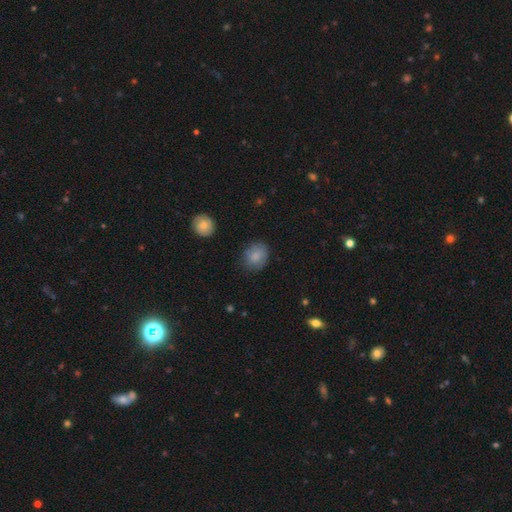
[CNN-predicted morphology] Overall: smooth (83%). How rounded: round (61%; in between 38%). Merging: none (76%).